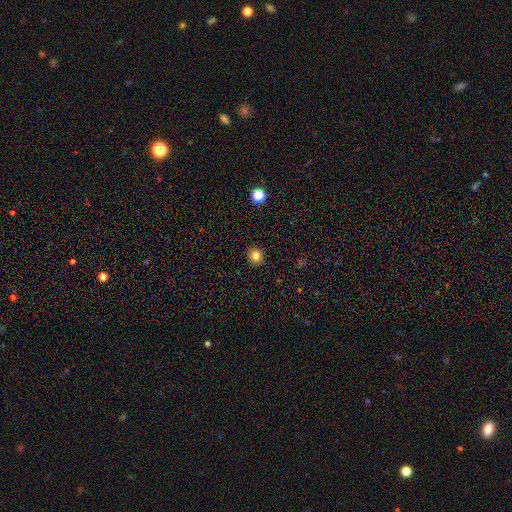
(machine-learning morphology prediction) smooth 81%, star or artifact 13%, featured or disk 6%. Down the decision tree: how rounded — round (89%); merging — none (91%).